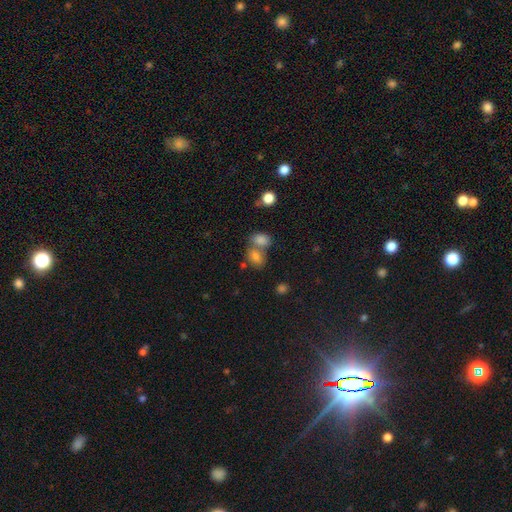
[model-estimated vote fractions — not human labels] This appears to be a smooth galaxy with no disk features (77%) that is in between round and cigar-shaped (71%). Merging: merger (49%).